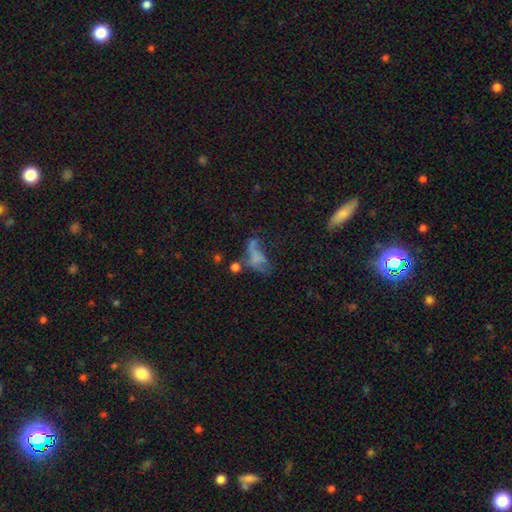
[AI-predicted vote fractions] Overall: smooth (48%; featured or disk 33%). Merging: major disturbance (41%; none 24%).